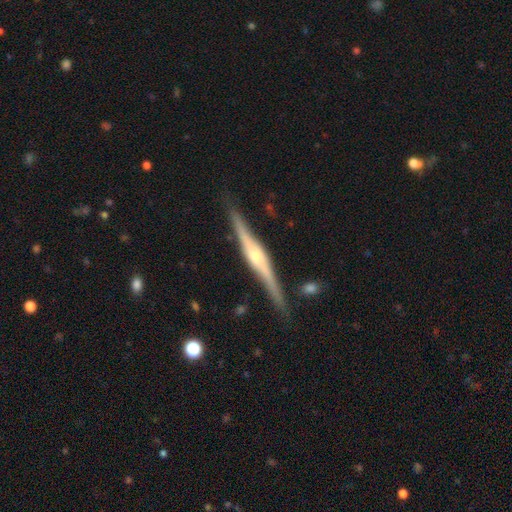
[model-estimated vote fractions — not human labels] Overall: featured or disk (84%). Edge-on disk: yes (98%). Edge-on bulge: rounded (80%). Merging: none (87%).